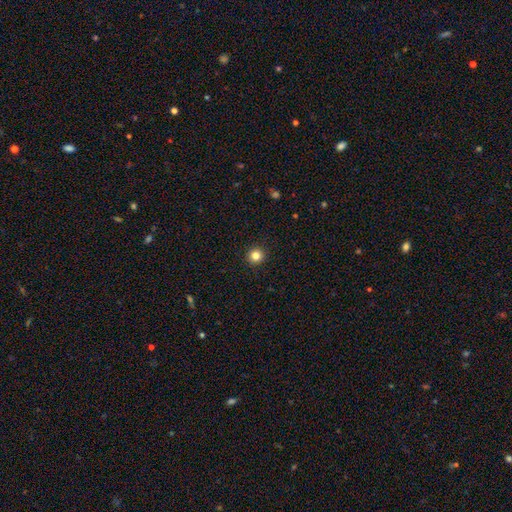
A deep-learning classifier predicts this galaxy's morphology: Smooth or featured?
  - smooth: 83% *
  - star or artifact: 12%
  - featured or disk: 5%
How rounded?
  - round: 94% *
  - in between: 5%
  - cigar-shaped: 1%
Merging?
  - none: 93% *
  - minor disturbance: 4%
  - major disturbance: 1%
  - merger: 1%